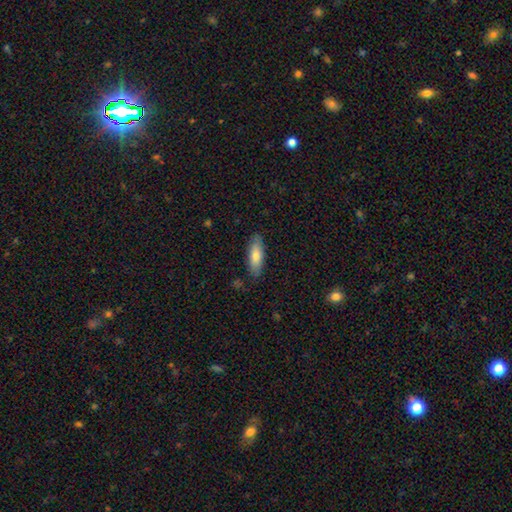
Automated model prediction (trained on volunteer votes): This appears to be a smooth galaxy with no disk features (75%) that is in between round and cigar-shaped (58%). Merging: none (86%).